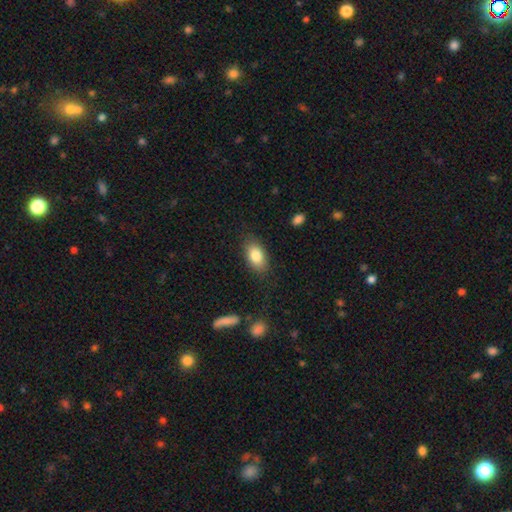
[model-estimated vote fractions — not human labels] Smooth or featured: smooth — 83% (featured or disk — 10%)
How rounded: in between — 90% (round — 7%)
Merging: none — 83% (minor disturbance — 13%)